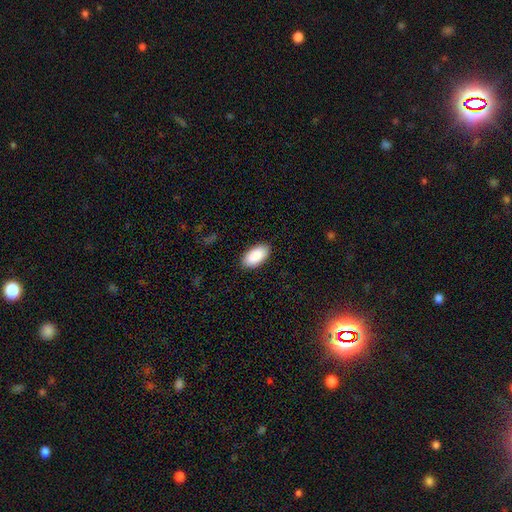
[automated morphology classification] Overall: smooth (91%). How rounded: in between (96%). Merging: none (89%).